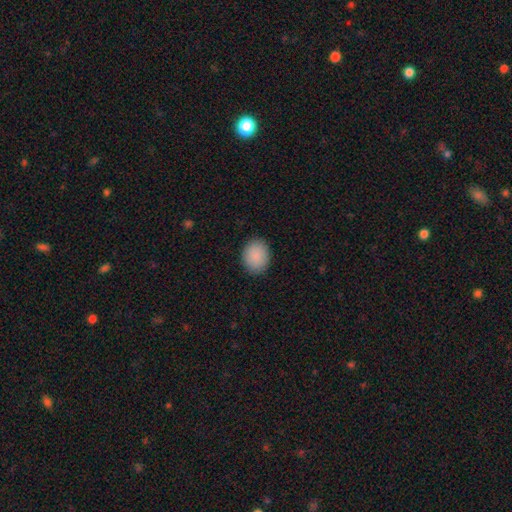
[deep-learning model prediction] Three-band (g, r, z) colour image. It shows a smooth galaxy with no disk features (89%) that is round (51%). Merging: none (88%).